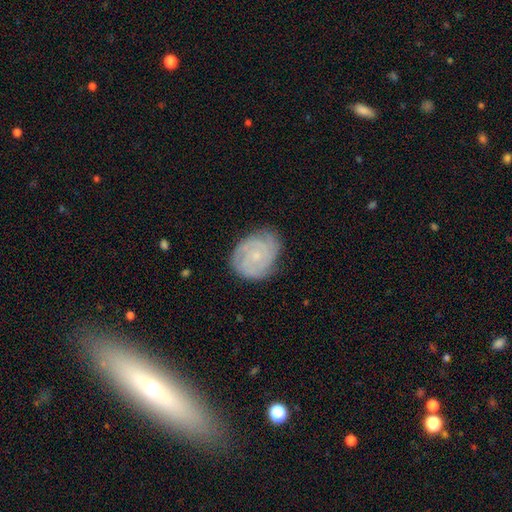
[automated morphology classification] Smooth or featured? featured or disk (78%)
Edge-on disk? no (98%)
Bar? no (75%)
Spiral arms? yes (95%)
Spiral winding? tight (73%)
Spiral arm count? 3 (30%)
Bulge size? small (74%)
Merging? none (76%)